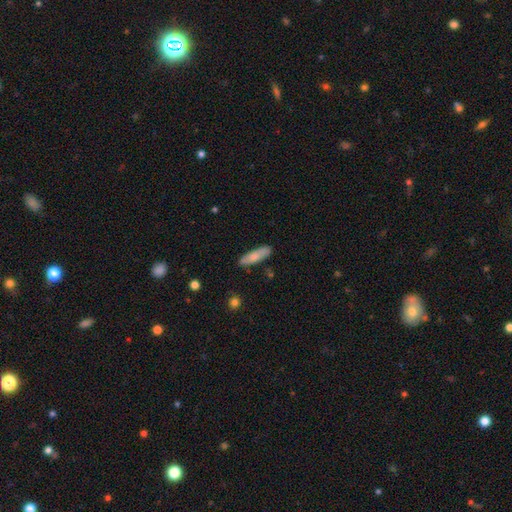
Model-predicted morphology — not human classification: A smooth galaxy with no disk features (76%) that is cigar-shaped (64%).

Vote fractions:
- Smooth or featured? smooth: 76% / featured or disk: 18% / star or artifact: 6%
- How rounded? cigar-shaped: 64% / in between: 34% / round: 2%
- Merging? none: 85% / minor disturbance: 12% / major disturbance: 2% / merger: 2%